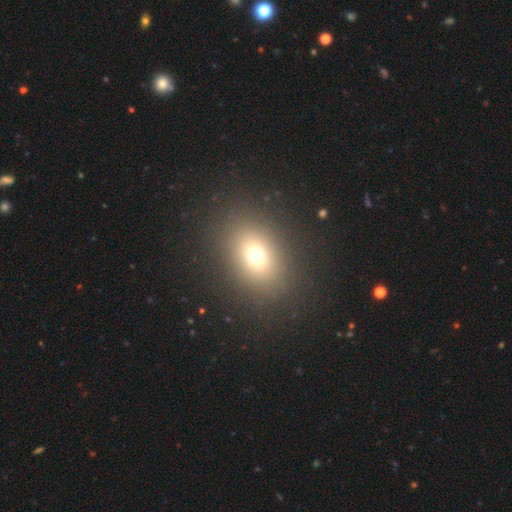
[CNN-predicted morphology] A smooth galaxy with no disk features (69%) that is in between round and cigar-shaped (59%). Merging: none (86%).